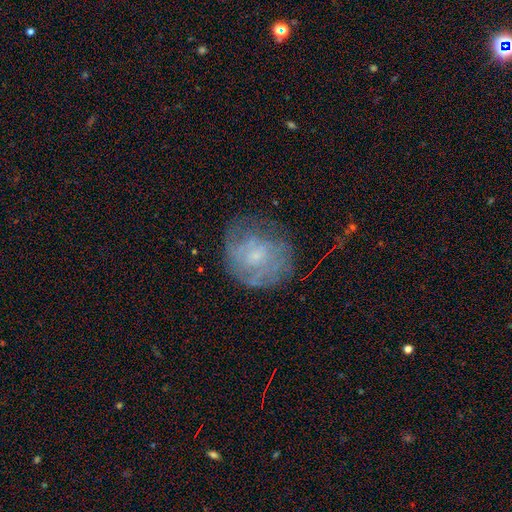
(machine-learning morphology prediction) The model was most divided on "smooth or featured": featured or disk: 57%, smooth: 33%, star or artifact: 10%. More confident: edge-on disk — no (97%); bar — no (70%); bulge size — small (68%); spiral arms — yes (62%); merging — none (58%).